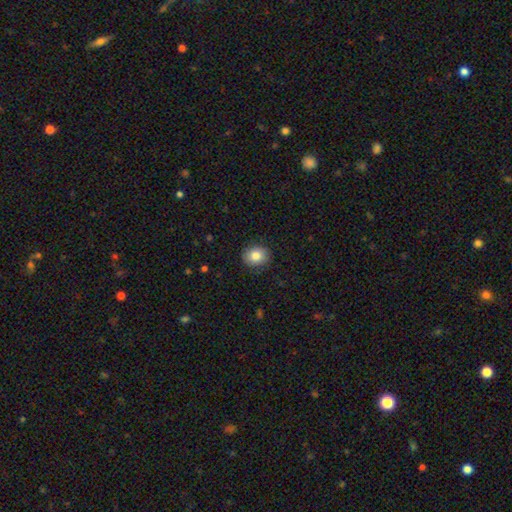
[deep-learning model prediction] smooth 82%, featured or disk 9%, star or artifact 9%. Down the decision tree: how rounded — round (63%); merging — none (88%).